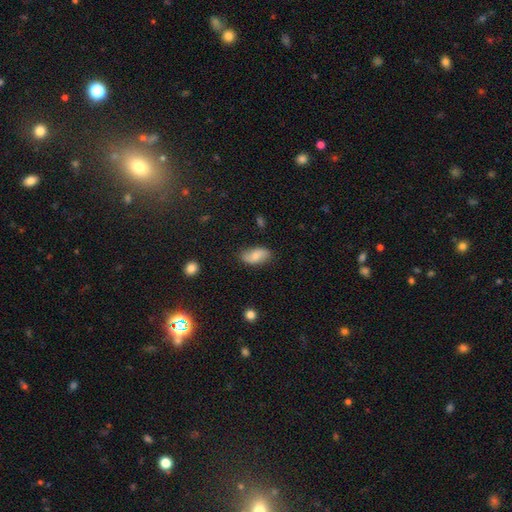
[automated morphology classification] smooth_or_featured: smooth (p=0.68) [alt: featured or disk p=0.25]
how_rounded: in between (p=0.92) [alt: cigar-shaped p=0.04]
merging: none (p=0.77) [alt: minor disturbance p=0.17]